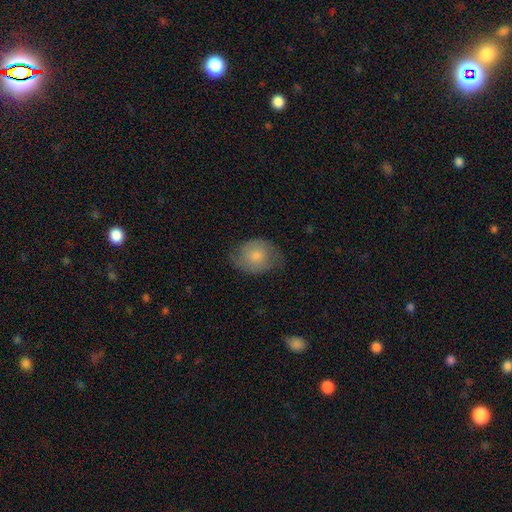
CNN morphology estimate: Smooth or featured? smooth (59%)
How rounded? round (53%)
Merging? none (63%)